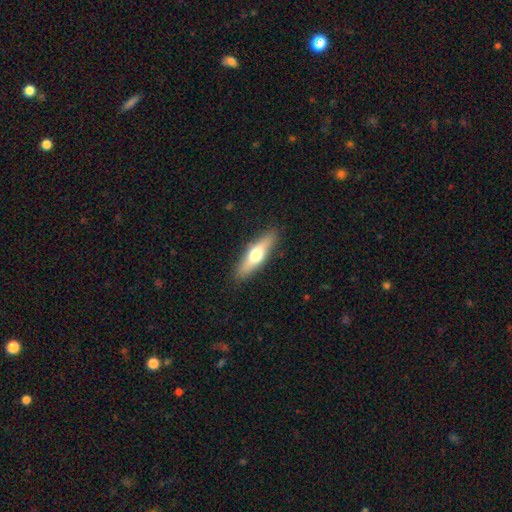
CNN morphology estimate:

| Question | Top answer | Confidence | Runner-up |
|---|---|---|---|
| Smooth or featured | smooth | 52% | featured or disk (42%) |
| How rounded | cigar-shaped | 65% | in between (33%) |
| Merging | none | 89% | minor disturbance (8%) |